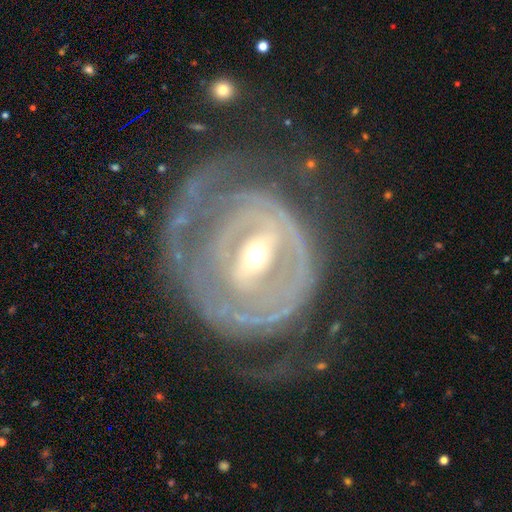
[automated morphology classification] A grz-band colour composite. It shows a featured or disk galaxy (87%) with a strong bar (39%), 2 (37%) tight (61%) spiral arms (84%) and a small central bulge (58%). Merging: none (45%).